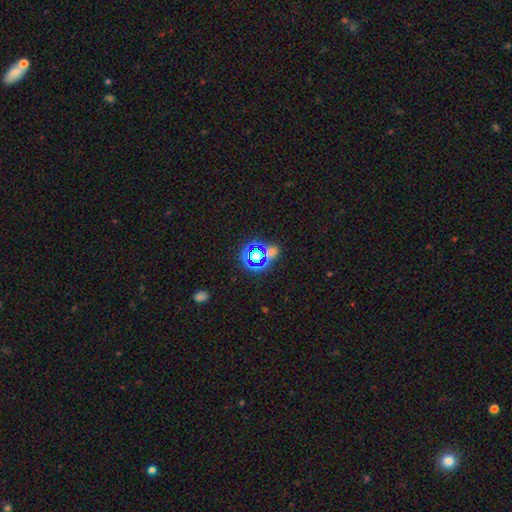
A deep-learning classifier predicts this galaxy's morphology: type=star or artifact (58%).